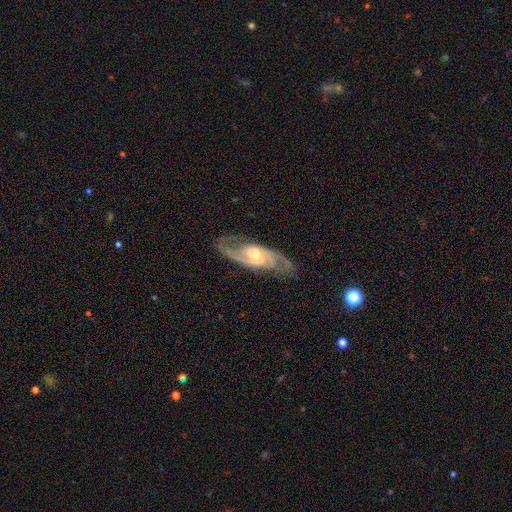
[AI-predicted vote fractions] Smooth or featured? featured or disk (91%)
Edge-on disk? no (94%)
Bar? no (49%)
Spiral arms? yes (98%)
Spiral winding? medium (55%)
Spiral arm count? 2 (82%)
Bulge size? small (55%)
Merging? none (78%)